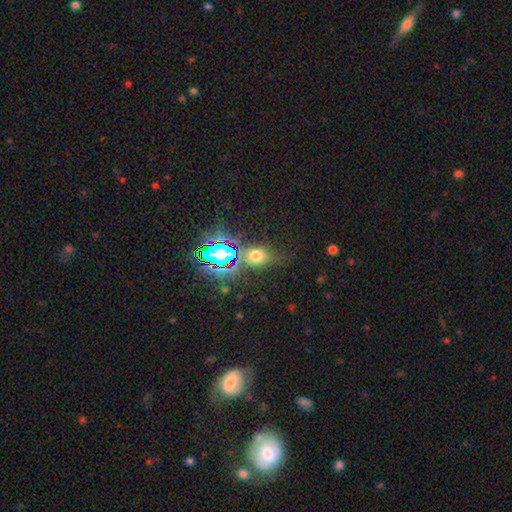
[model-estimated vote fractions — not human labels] This is possibly a smooth galaxy (55%). How rounded: likely in between (65%). Merging: likely none (72%).